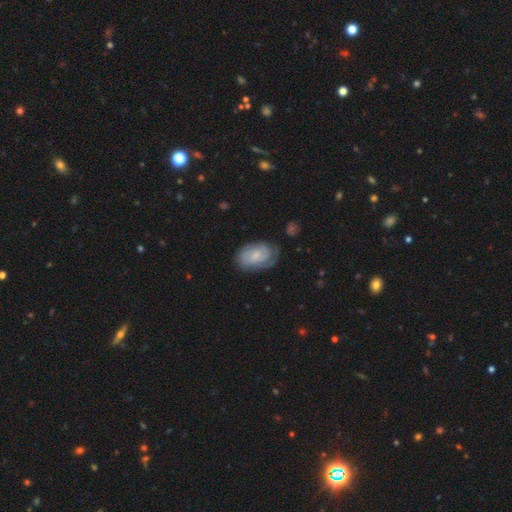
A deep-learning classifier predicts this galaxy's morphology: This is possibly a featured or disk galaxy (54%). It is clearly not viewed edge-on (96%). Bar: likely no (60%). Spiral arm pattern: clearly yes (81%). Central bulge: possibly small (59%). Merging: likely none (62%).